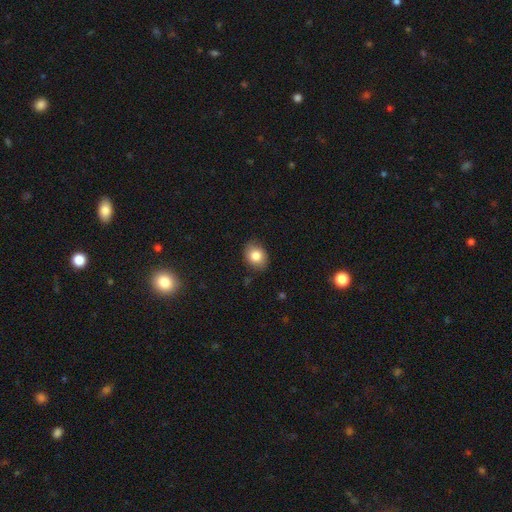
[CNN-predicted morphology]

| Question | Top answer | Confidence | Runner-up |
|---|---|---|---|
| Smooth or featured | smooth | 83% | star or artifact (9%) |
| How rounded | in between | 59% | round (40%) |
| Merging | none | 85% | minor disturbance (12%) |